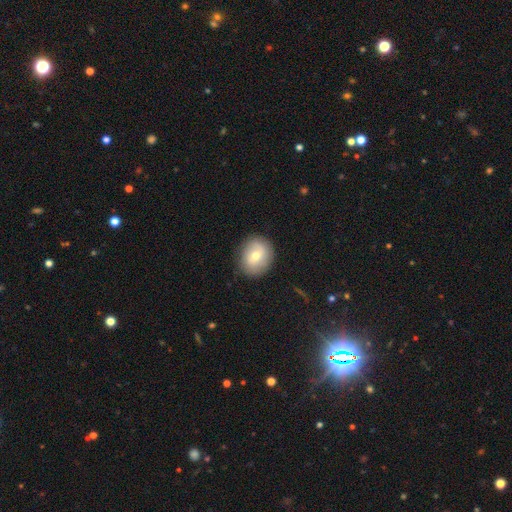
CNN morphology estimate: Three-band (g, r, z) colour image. It shows a smooth galaxy with no disk features (66%) that is round (67%). Merging: none (85%).